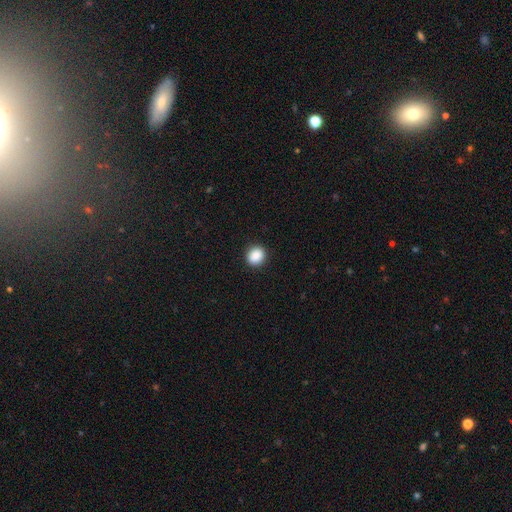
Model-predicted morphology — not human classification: type=smooth (89%); roundness=round (82%); merging=none (91%).